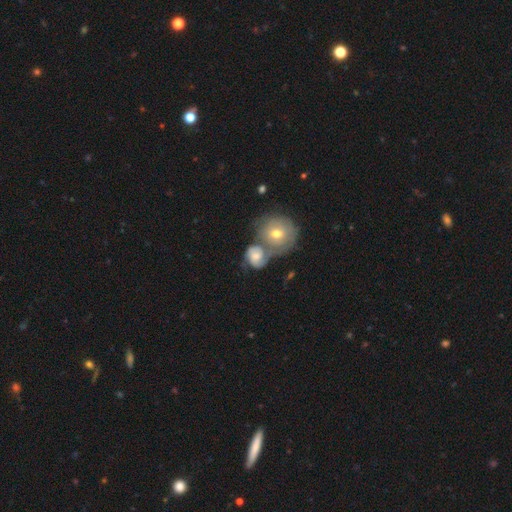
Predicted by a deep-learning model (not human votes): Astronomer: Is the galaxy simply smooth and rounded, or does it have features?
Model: featured or disk — 62%.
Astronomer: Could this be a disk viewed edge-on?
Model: no — 97%.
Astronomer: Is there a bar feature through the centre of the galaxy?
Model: no — 65%.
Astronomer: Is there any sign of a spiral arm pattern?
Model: yes — 85%.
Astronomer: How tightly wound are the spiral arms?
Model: tight — 42% (runner-up: medium, 40%).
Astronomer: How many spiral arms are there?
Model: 2 — 68%.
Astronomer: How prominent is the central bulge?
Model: moderate — 55%.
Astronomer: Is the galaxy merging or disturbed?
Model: merger — 52%.